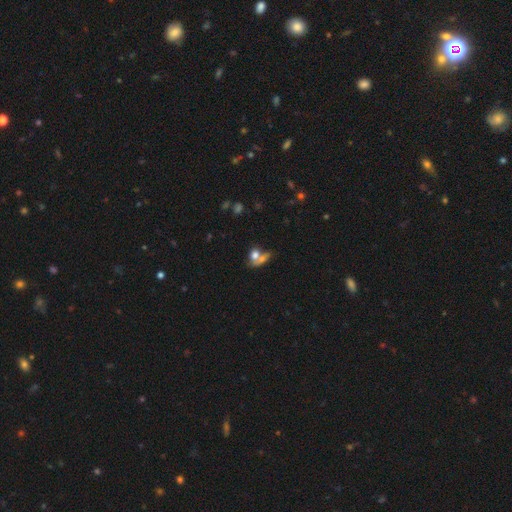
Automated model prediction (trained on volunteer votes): This appears to be a smooth galaxy with no disk features (69%) that is in between round and cigar-shaped (54%). Merging: merger (56%).